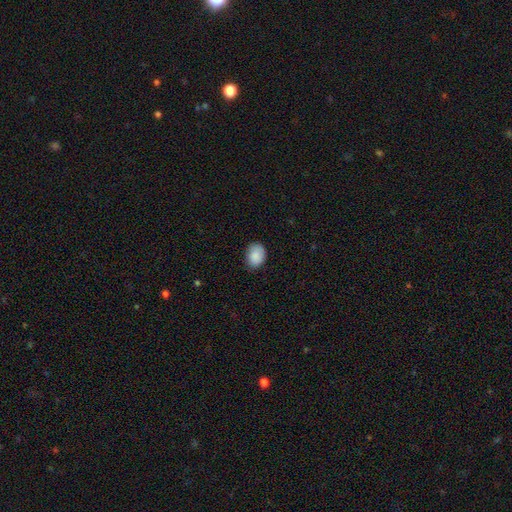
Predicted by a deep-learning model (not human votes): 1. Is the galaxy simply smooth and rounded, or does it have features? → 88% smooth, 7% star or artifact, 5% featured or disk.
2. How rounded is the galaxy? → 70% in between, 29% round, 1% cigar-shaped.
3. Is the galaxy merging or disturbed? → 78% none, 18% minor disturbance, 3% major disturbance, 1% merger.